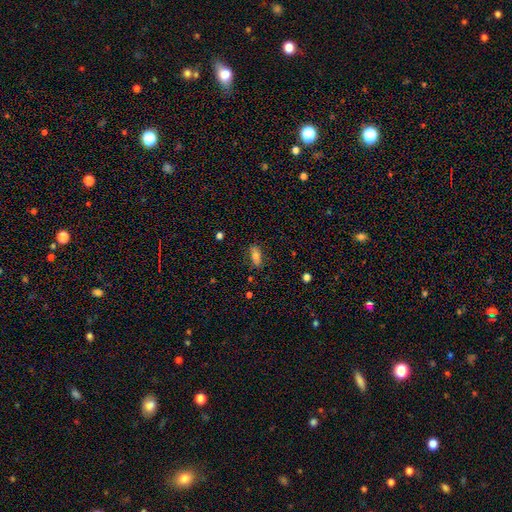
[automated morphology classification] Smooth or featured? Predicted: smooth (p=0.73). How rounded? Predicted: in between (p=0.79). Merging? Predicted: none (p=0.78).